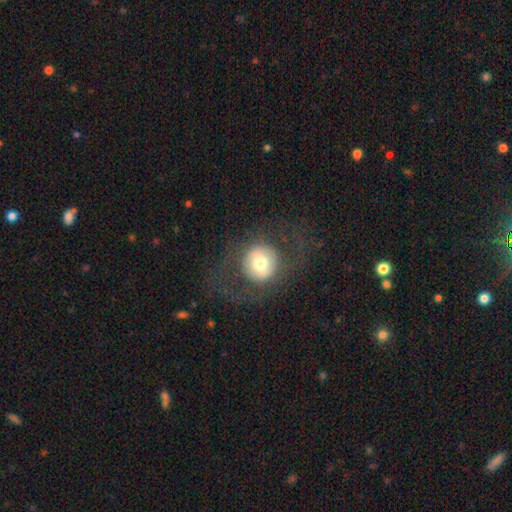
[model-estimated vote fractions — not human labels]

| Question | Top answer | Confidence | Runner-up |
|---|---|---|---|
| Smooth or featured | smooth | 46% | featured or disk (42%) |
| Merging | none | 72% | major disturbance (15%) |